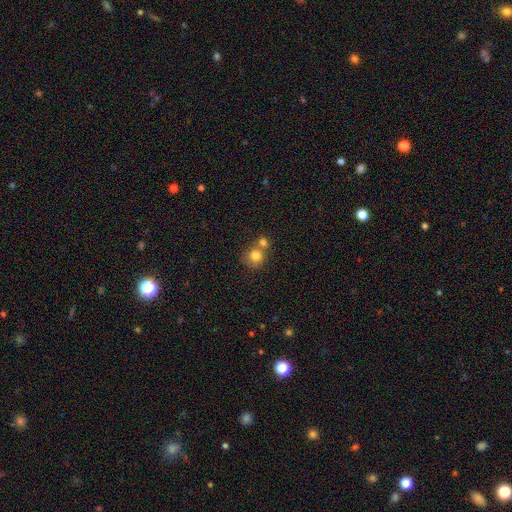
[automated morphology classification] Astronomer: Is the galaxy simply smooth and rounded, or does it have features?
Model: smooth — 80%.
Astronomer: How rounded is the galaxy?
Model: round — 83%.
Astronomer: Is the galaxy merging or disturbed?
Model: merger — 44%, tied with none at 44%.